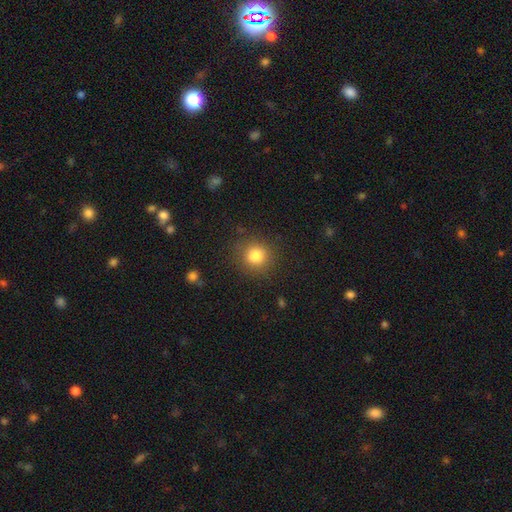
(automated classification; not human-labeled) A smooth galaxy with no disk features (82%) that is round (88%). Merging: none (85%).